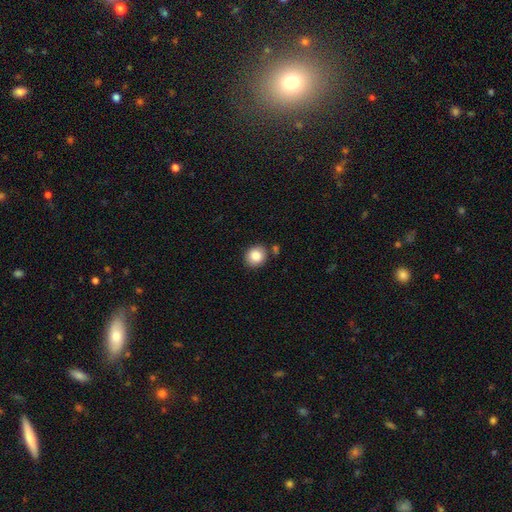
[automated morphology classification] A smooth galaxy with no disk features (85%) that is round (81%).

Vote fractions:
- Smooth or featured? smooth: 85% / star or artifact: 9% / featured or disk: 6%
- How rounded? round: 81% / in between: 18% / cigar-shaped: 1%
- Merging? none: 83% / minor disturbance: 9% / merger: 6% / major disturbance: 2%